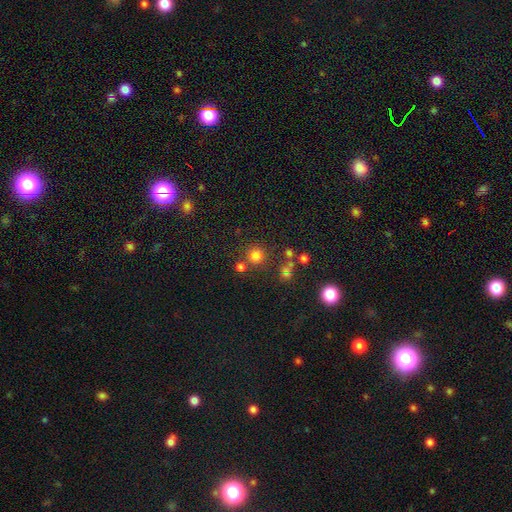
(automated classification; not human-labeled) smooth_or_featured: smooth (p=0.64) [alt: star or artifact p=0.26]
how_rounded: round (p=0.88) [alt: in between p=0.11]
merging: none (p=0.68) [alt: merger p=0.18]